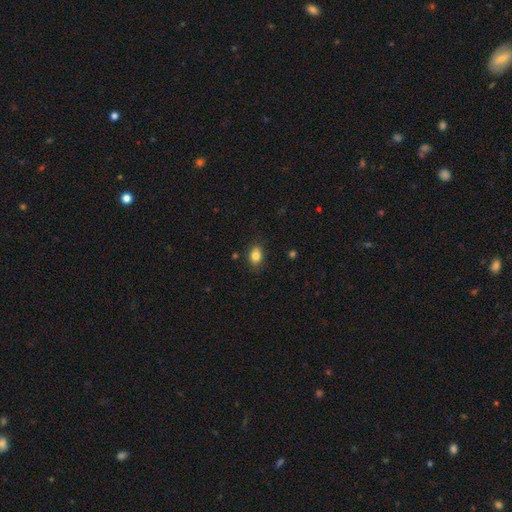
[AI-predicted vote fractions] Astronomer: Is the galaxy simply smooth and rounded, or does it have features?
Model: smooth — 82%.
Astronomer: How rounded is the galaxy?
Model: in between — 75%.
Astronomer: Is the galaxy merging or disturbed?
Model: none — 82%.